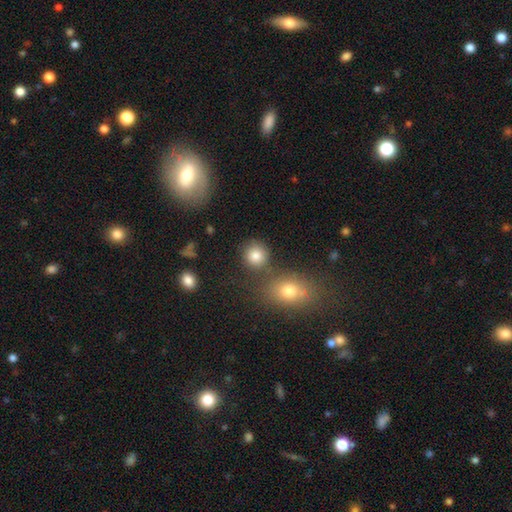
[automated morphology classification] Smooth or featured: smooth — 83% (star or artifact — 11%)
How rounded: round — 86% (in between — 13%)
Merging: none — 73% (merger — 13%)